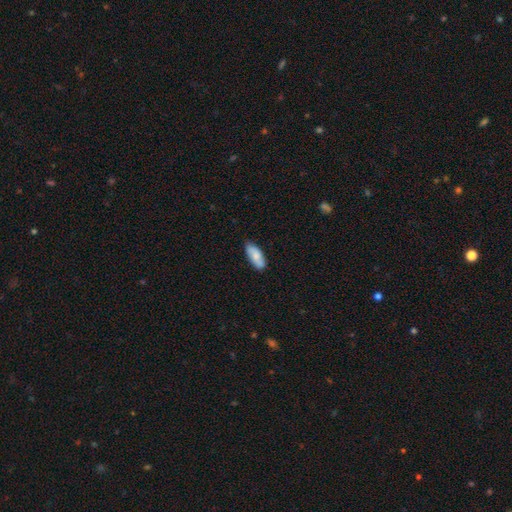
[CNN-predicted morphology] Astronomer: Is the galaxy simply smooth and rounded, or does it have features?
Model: smooth — 76%.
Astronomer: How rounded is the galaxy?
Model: in between — 84%.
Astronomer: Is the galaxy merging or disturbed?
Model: none — 82%.